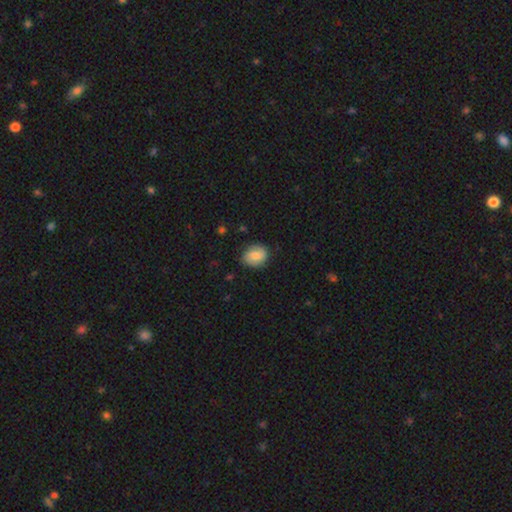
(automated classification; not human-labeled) A smooth galaxy with no disk features (74%) that is in between round and cigar-shaped (50%). Merging: none (78%).